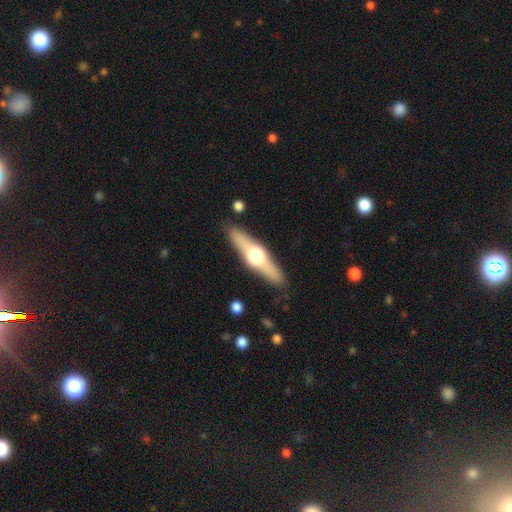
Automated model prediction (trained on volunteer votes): Smooth or featured? featured or disk (64%)
Edge-on disk? yes (95%)
Edge-on bulge? rounded (95%)
Merging? none (87%)